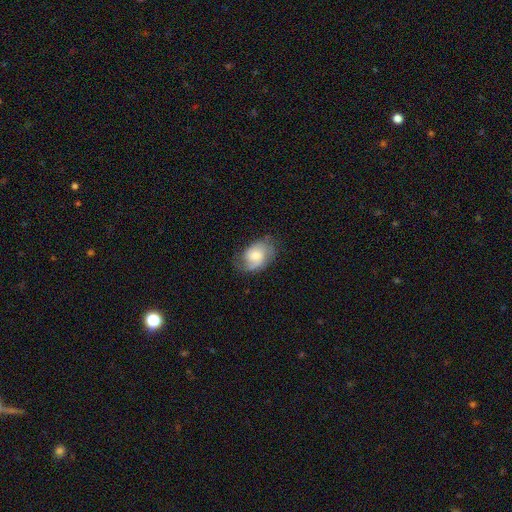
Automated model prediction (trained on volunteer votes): Smooth or featured: featured or disk — 58% (smooth — 35%)
Edge-on disk: no — 96% (yes — 4%)
Bar: no — 62% (weak — 33%)
Spiral arms: yes — 90% (no — 10%)
Bulge size: moderate — 47% (small — 32%)
Merging: none — 65% (minor disturbance — 24%)